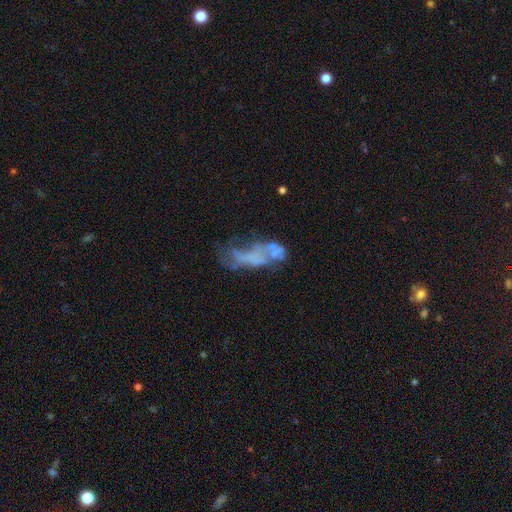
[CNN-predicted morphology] A featured or disk galaxy (55%) with no bar (89%), no spiral arms (88%) and no central bulge (81%).

Vote fractions:
- Smooth or featured? featured or disk: 55% / smooth: 29% / star or artifact: 15%
- Edge-on disk? no: 93% / yes: 7%
- Bar? no: 89% / weak: 8% / strong: 3%
- Spiral arms? no: 88% / yes: 12%
- Bulge size? none: 81% / small: 10% / moderate: 6% / large: 2% / dominant: 1%
- Merging? major disturbance: 33% / none: 30% / merger: 19% / minor disturbance: 18%